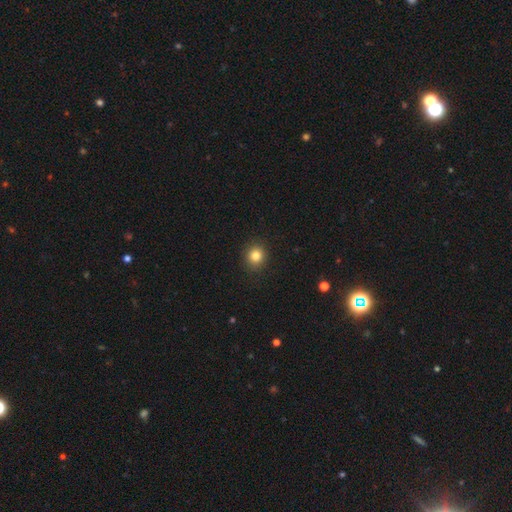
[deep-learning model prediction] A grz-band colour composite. It shows a smooth galaxy with no disk features (83%) that is round (86%). Merging: none (91%).